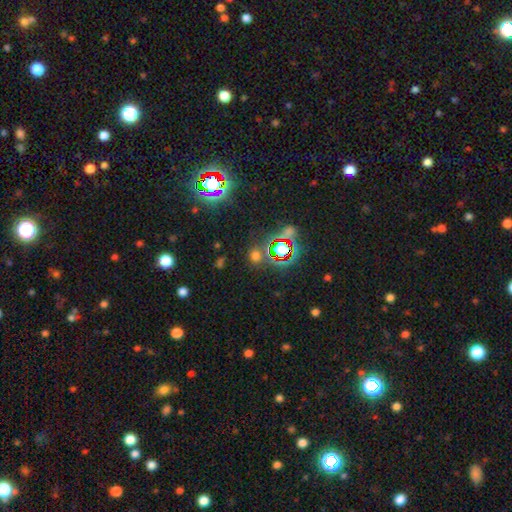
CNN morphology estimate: Smooth or featured? star or artifact (47%)